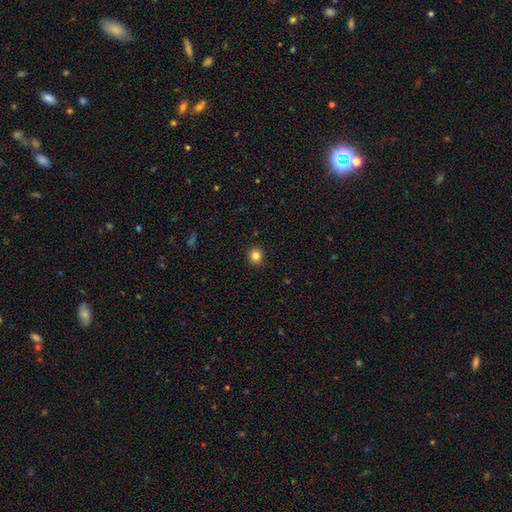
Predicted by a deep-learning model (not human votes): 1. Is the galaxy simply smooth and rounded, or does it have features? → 84% smooth, 12% star or artifact, 5% featured or disk.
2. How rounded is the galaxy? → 87% round, 12% in between, 1% cigar-shaped.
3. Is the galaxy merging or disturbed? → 92% none, 5% minor disturbance, 2% major disturbance, 1% merger.